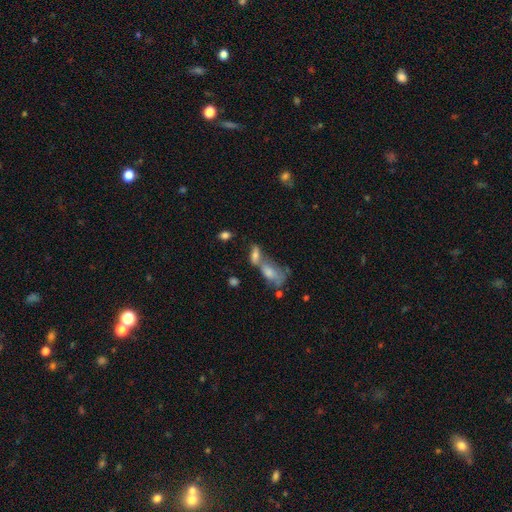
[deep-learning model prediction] smooth 58%, featured or disk 26%, star or artifact 15%. Down the decision tree: how rounded — in between (74%); merging — merger (59%).